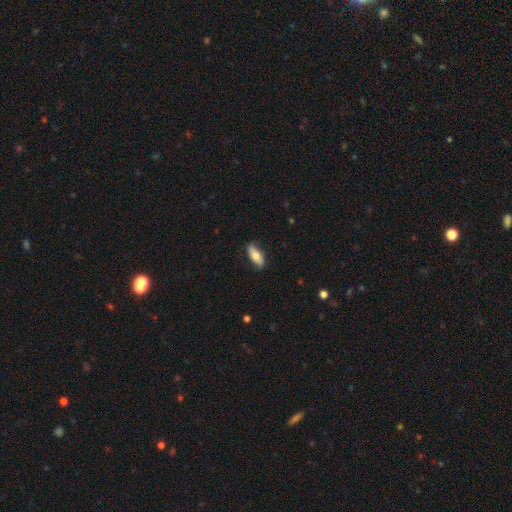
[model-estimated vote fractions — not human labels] A smooth galaxy with no disk features (67%) that is in between round and cigar-shaped (79%).

Vote fractions:
- Smooth or featured? smooth: 67% / featured or disk: 27% / star or artifact: 6%
- How rounded? in between: 79% / cigar-shaped: 18% / round: 3%
- Merging? none: 81% / minor disturbance: 15% / major disturbance: 3% / merger: 1%